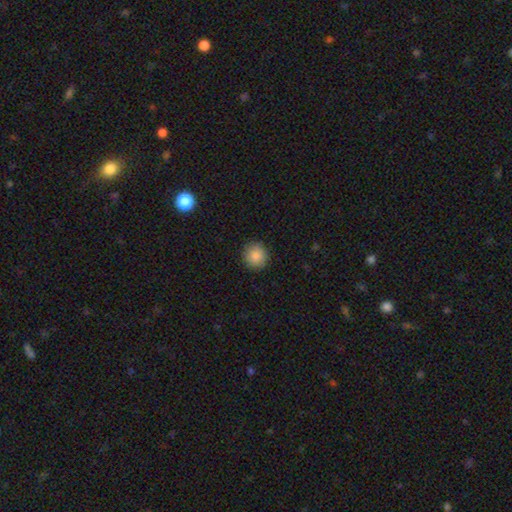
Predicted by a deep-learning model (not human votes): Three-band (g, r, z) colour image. It shows a smooth galaxy with no disk features (87%) that is round (92%). Merging: none (90%).